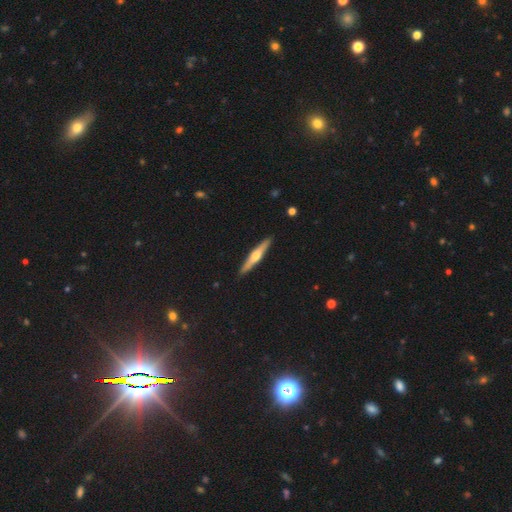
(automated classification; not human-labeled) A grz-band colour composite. It shows a featured or disk galaxy (63%) viewed edge-on (97%) with a rounded central bulge (89%). Merging: none (91%).